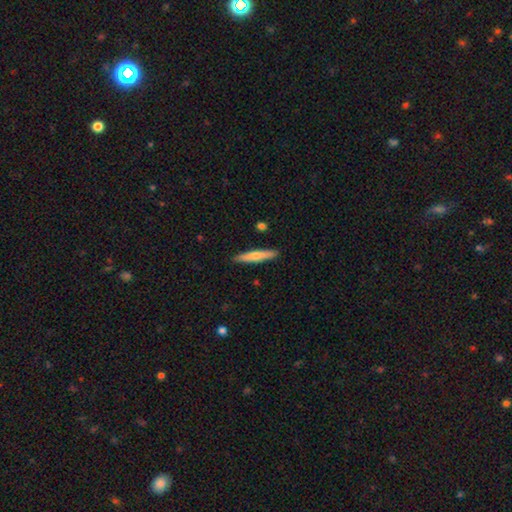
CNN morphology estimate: smooth-or-featured: smooth: 65% | featured or disk: 30% | star or artifact: 5%
  how-rounded: cigar-shaped: 91% | in between: 8% | round: 1%
  merging: none: 89% | minor disturbance: 8% | major disturbance: 2% | merger: 1%